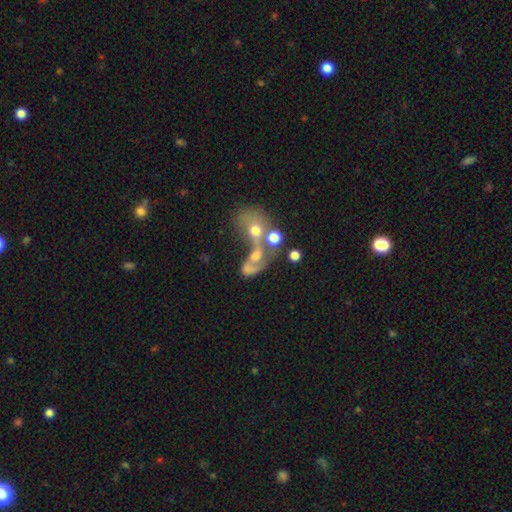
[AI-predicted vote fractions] This is marginally a featured or disk galaxy (42%). Merging: possibly merger (59%).